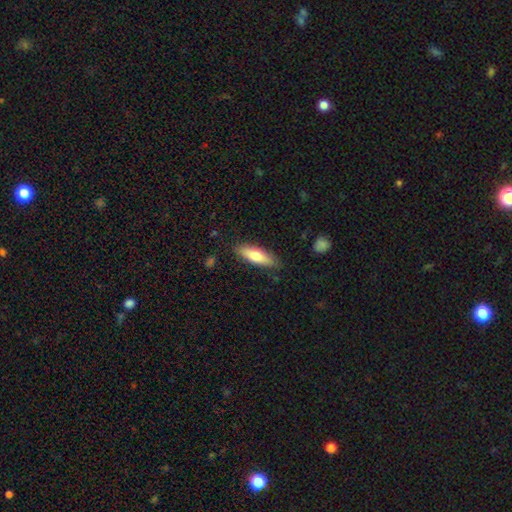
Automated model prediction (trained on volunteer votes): Overall: smooth (72%). How rounded: in between (49%, tied with cigar-shaped). Merging: none (84%).